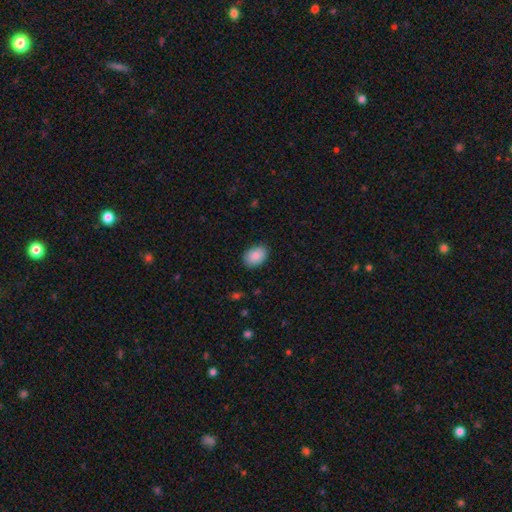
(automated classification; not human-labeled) Smooth or featured? smooth (90%)
How rounded? in between (84%)
Merging? none (86%)